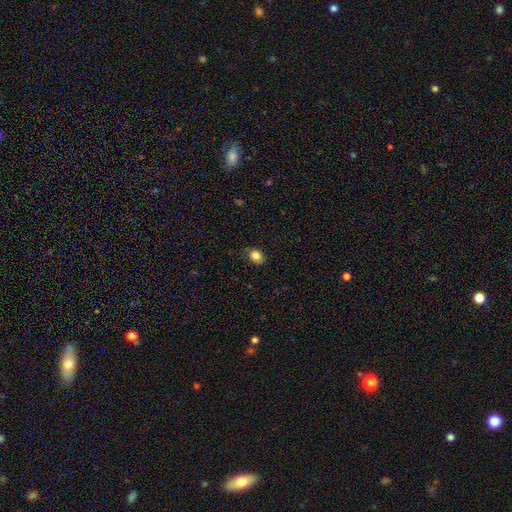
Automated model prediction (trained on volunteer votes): This is clearly a smooth galaxy (83%). How rounded: possibly in between (53%). Merging: likely none (80%).